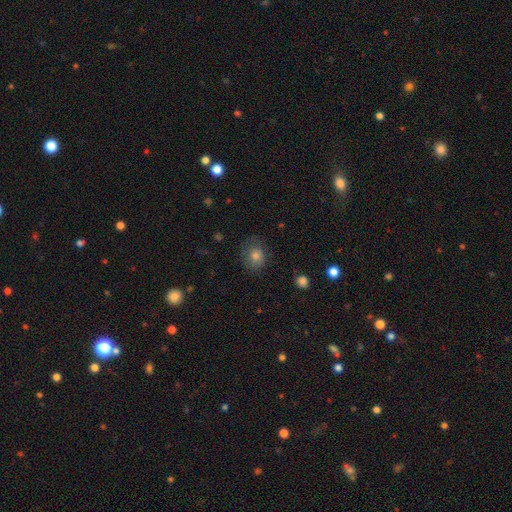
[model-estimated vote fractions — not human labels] Smooth or featured?
  - smooth: 69% *
  - featured or disk: 17%
  - star or artifact: 14%
How rounded?
  - round: 69% *
  - in between: 30%
  - cigar-shaped: 1%
Merging?
  - none: 71% *
  - minor disturbance: 19%
  - major disturbance: 8%
  - merger: 1%